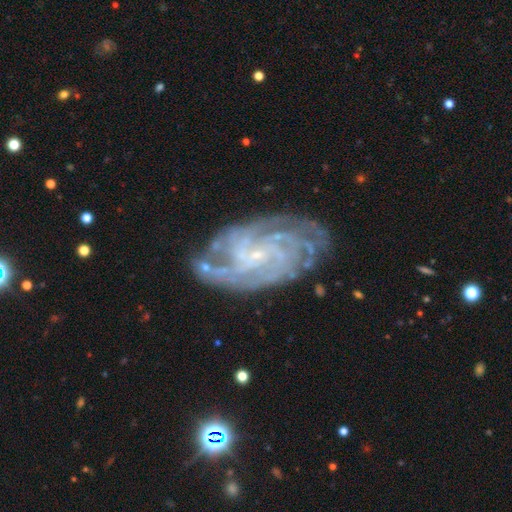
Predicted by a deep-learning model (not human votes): Smooth or featured?
  - featured or disk: 89% *
  - star or artifact: 6%
  - smooth: 5%
Edge-on disk?
  - no: 97% *
  - yes: 3%
Bar?
  - no: 59% *
  - weak: 31%
  - strong: 10%
Spiral arms?
  - yes: 98% *
  - no: 2%
Spiral winding?
  - tight: 69% *
  - medium: 27%
  - loose: 5%
Spiral arm count?
  - 4: 29% *
  - can't tell: 21%
  - more than 4: 18%
  - 3: 15%
  - 2: 10%
  - 1: 7%
Bulge size?
  - small: 85% *
  - moderate: 7%
  - none: 6%
  - large: 1%
  - dominant: 1%
Merging?
  - none: 73% *
  - minor disturbance: 18%
  - major disturbance: 6%
  - merger: 2%